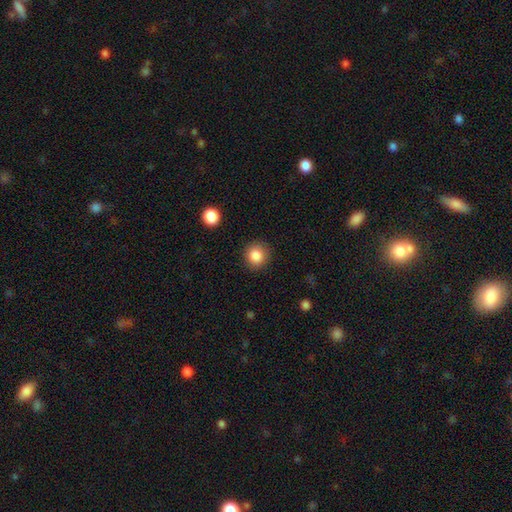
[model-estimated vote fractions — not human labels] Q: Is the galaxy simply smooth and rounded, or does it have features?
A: smooth — 86%.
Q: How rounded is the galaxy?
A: round — 91%.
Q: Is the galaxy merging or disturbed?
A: none — 88%.